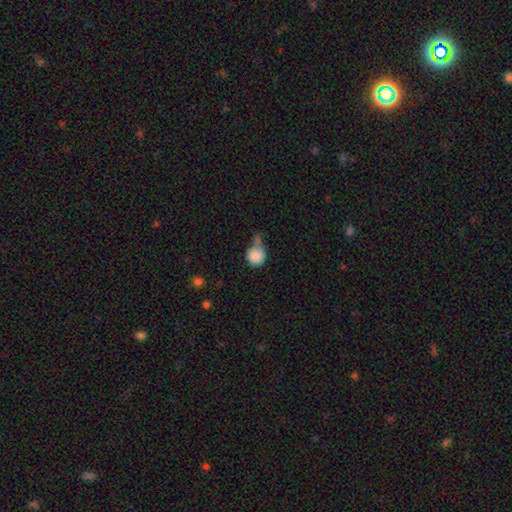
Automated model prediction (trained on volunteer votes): Q: Smooth or featured?
A: smooth (86%); runner-up: star or artifact (8%)
Q: How rounded?
A: round (87%); runner-up: in between (12%)
Q: Merging?
A: none (37%); runner-up: merger (28%)